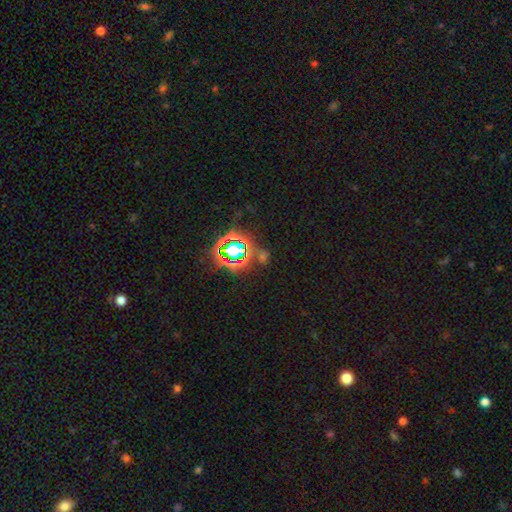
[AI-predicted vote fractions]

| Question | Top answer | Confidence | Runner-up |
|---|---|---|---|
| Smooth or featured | star or artifact | 74% | smooth (17%) |